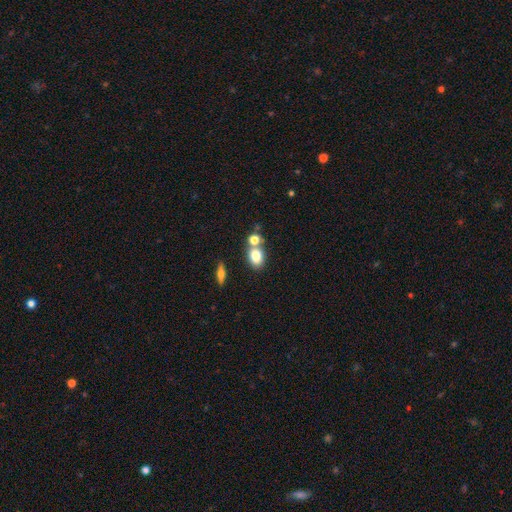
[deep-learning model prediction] Morphology: type=smooth (78%); roundness=in between (64%); merging=none (53%).